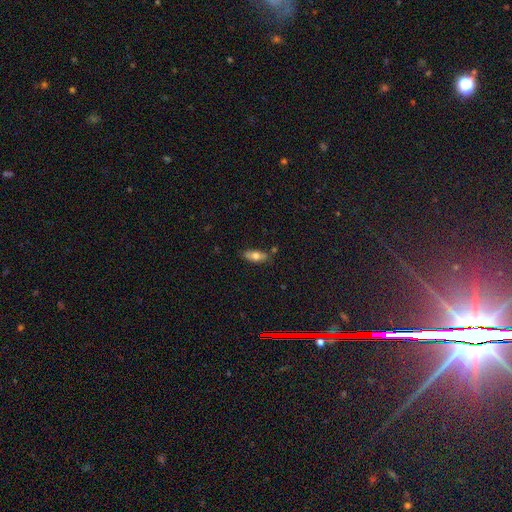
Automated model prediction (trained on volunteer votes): smooth_or_featured: smooth (p=0.69) [alt: featured or disk p=0.23]
how_rounded: in between (p=0.81) [alt: cigar-shaped p=0.16]
merging: none (p=0.74) [alt: minor disturbance p=0.17]